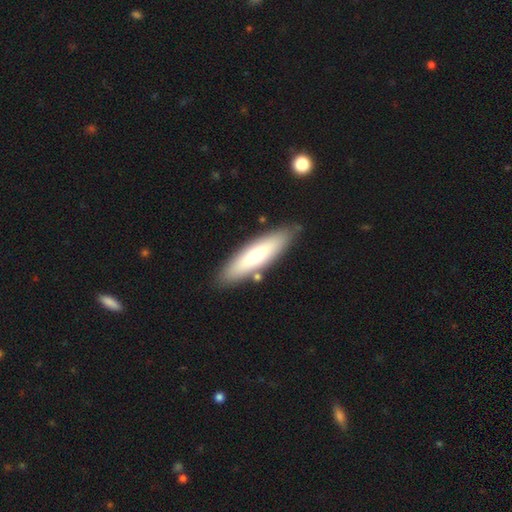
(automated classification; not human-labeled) This appears to be a smooth galaxy with no disk features (64%) that is cigar-shaped (64%). Merging: none (84%).